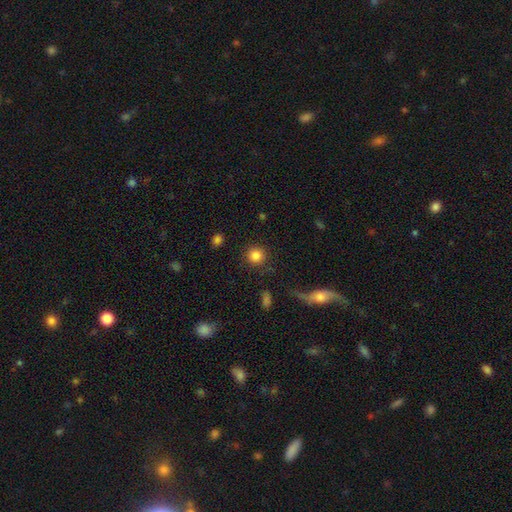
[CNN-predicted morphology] Q: Smooth or featured?
A: smooth (85%); runner-up: star or artifact (10%)
Q: How rounded?
A: round (93%); runner-up: in between (6%)
Q: Merging?
A: none (87%); runner-up: minor disturbance (7%)